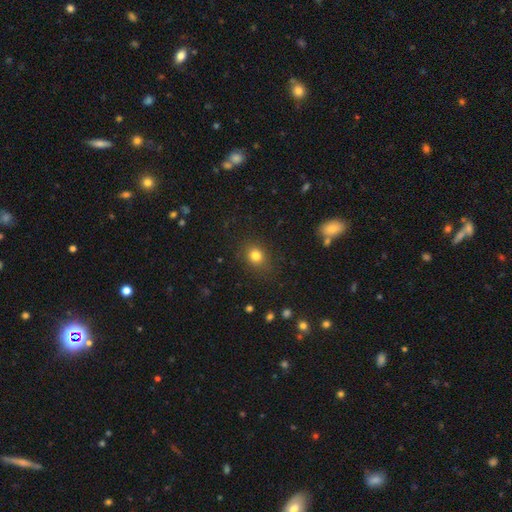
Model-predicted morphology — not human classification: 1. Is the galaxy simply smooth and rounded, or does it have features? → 80% smooth, 13% star or artifact, 7% featured or disk.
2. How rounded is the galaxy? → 67% round, 32% in between, 1% cigar-shaped.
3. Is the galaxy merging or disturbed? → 84% none, 10% minor disturbance, 4% major disturbance, 1% merger.